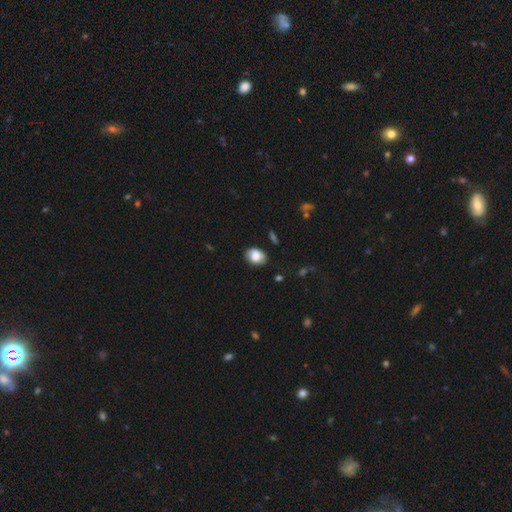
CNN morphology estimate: smooth_or_featured: smooth (p=0.83) [alt: featured or disk p=0.09]
how_rounded: in between (p=0.73) [alt: round p=0.26]
merging: none (p=0.83) [alt: minor disturbance p=0.13]